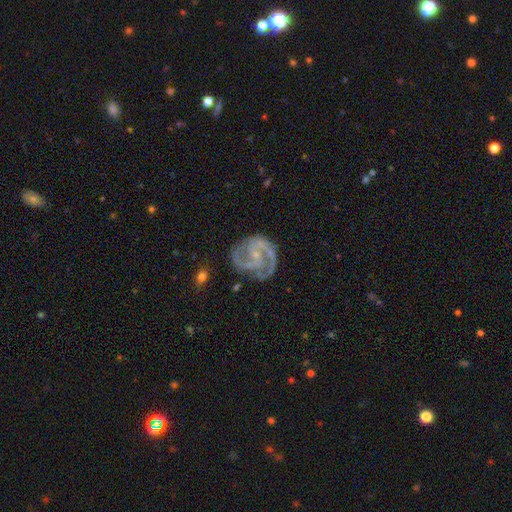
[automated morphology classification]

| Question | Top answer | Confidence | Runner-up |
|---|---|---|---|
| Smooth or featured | featured or disk | 90% | smooth (5%) |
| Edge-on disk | no | 98% | yes (2%) |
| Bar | no | 51% | weak (37%) |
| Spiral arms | yes | 97% | no (3%) |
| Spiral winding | medium | 51% | tight (40%) |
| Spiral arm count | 2 | 65% | 3 (20%) |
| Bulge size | small | 77% | moderate (14%) |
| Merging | none | 71% | minor disturbance (18%) |